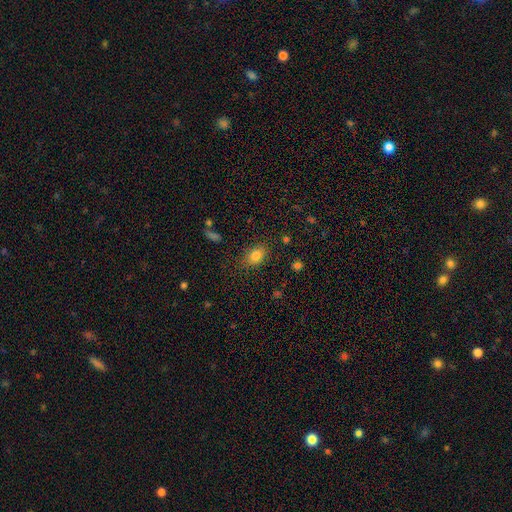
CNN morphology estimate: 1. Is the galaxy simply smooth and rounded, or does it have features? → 82% smooth, 10% star or artifact, 7% featured or disk.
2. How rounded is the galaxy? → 76% in between, 22% round, 2% cigar-shaped.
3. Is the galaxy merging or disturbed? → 81% none, 13% minor disturbance, 4% major disturbance, 2% merger.